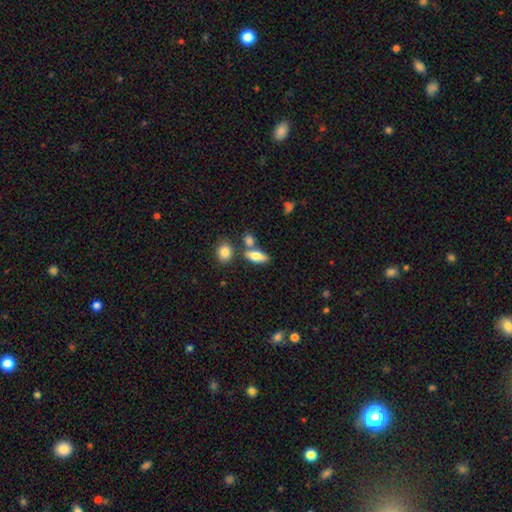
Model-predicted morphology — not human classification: This is likely a smooth galaxy (75%). How rounded: likely in between (75%). Merging: likely none (62%).